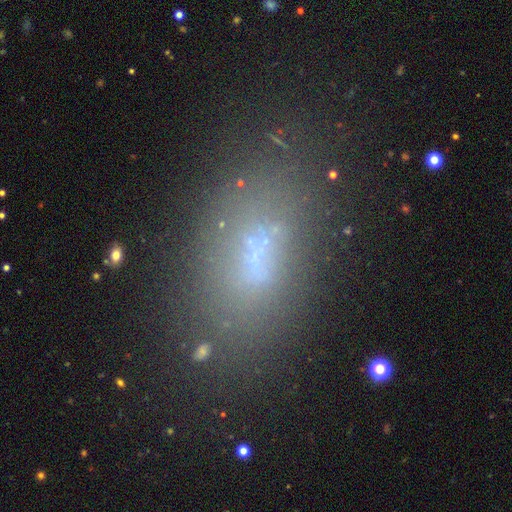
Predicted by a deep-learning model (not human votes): A smooth galaxy with no disk features (56%) that is in between round and cigar-shaped (80%).

Vote fractions:
- Smooth or featured? smooth: 56% / featured or disk: 26% / star or artifact: 19%
- How rounded? in between: 80% / cigar-shaped: 15% / round: 5%
- Merging? none: 67% / minor disturbance: 18% / major disturbance: 10% / merger: 4%